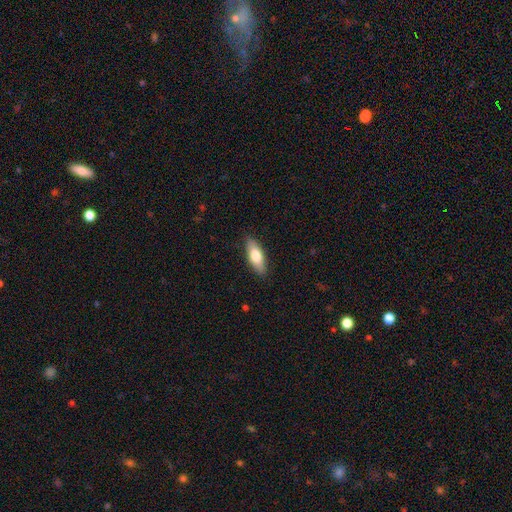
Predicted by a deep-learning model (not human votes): Overall: smooth (71%). How rounded: in between (67%; cigar-shaped 31%). Merging: none (88%).